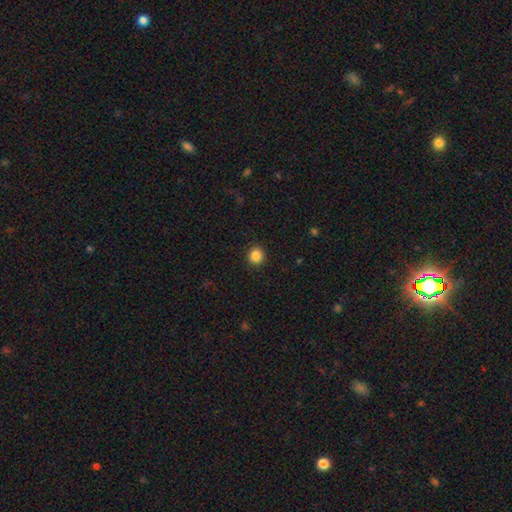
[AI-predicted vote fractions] Smooth or featured?
  - smooth: 86% *
  - star or artifact: 11%
  - featured or disk: 3%
How rounded?
  - round: 91% *
  - in between: 8%
  - cigar-shaped: 1%
Merging?
  - none: 92% *
  - minor disturbance: 5%
  - major disturbance: 2%
  - merger: 1%